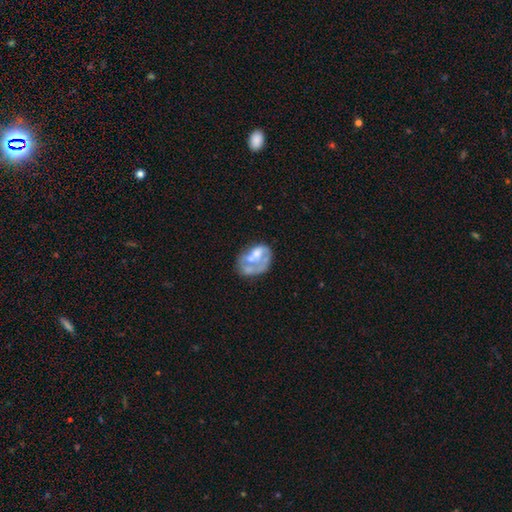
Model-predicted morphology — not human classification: A featured or disk galaxy (58%) with no bar (84%), no spiral arms (80%) and no central bulge (36%).

Vote fractions:
- Smooth or featured? featured or disk: 58% / smooth: 34% / star or artifact: 8%
- Edge-on disk? no: 98% / yes: 2%
- Bar? no: 84% / weak: 12% / strong: 4%
- Spiral arms? no: 80% / yes: 20%
- Bulge size? none: 36% / moderate: 35% / small: 16% / large: 11% / dominant: 2%
- Merging? none: 29% / major disturbance: 27% / merger: 25% / minor disturbance: 19%